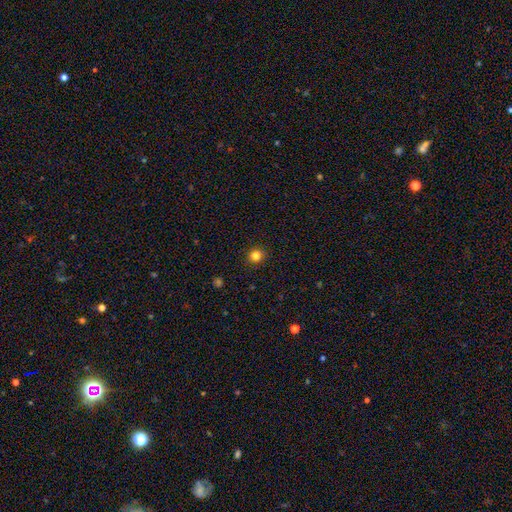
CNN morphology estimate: type=smooth (82%); roundness=round (91%); merging=none (91%).